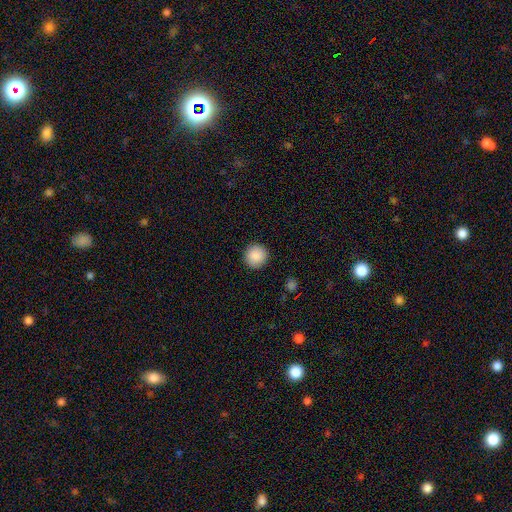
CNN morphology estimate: A smooth galaxy with no disk features (89%) that is round (95%).

Vote fractions:
- Smooth or featured? smooth: 89% / star or artifact: 8% / featured or disk: 3%
- How rounded? round: 95% / in between: 4% / cigar-shaped: 1%
- Merging? none: 92% / minor disturbance: 5% / major disturbance: 2% / merger: 1%